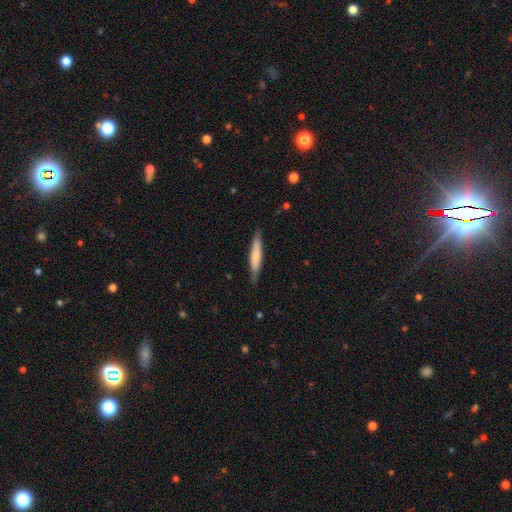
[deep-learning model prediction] Smooth or featured?
  - smooth: 69% *
  - featured or disk: 26%
  - star or artifact: 5%
How rounded?
  - cigar-shaped: 90% *
  - in between: 9%
  - round: 1%
Merging?
  - none: 83% *
  - minor disturbance: 14%
  - major disturbance: 2%
  - merger: 1%